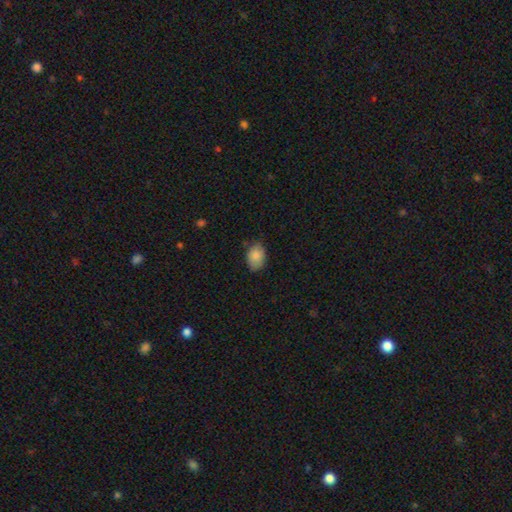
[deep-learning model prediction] Smooth or featured? Predicted: smooth (p=0.85). How rounded? Predicted: in between (p=0.83). Merging? Predicted: none (p=0.73).